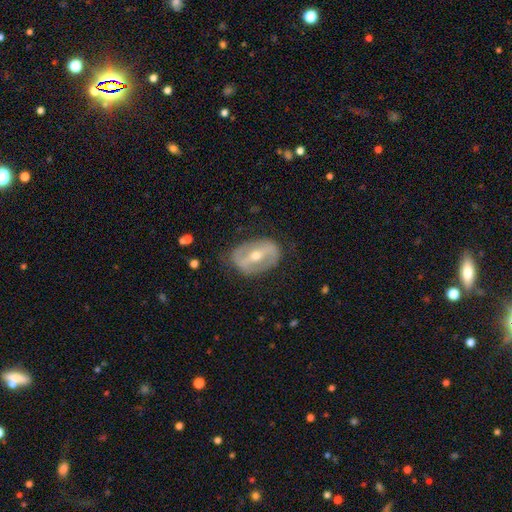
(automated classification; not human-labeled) Q: Smooth or featured?
A: featured or disk (76%); runner-up: smooth (18%)
Q: Edge-on disk?
A: no (92%); runner-up: yes (8%)
Q: Bar?
A: strong (66%); runner-up: weak (23%)
Q: Spiral arms?
A: yes (50%); tied with: no (50%)
Q: Bulge size?
A: moderate (56%); runner-up: small (41%)
Q: Merging?
A: none (78%); runner-up: minor disturbance (15%)